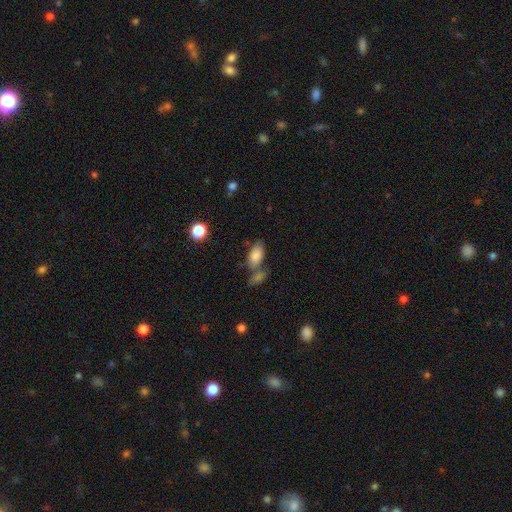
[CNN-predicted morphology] This is clearly a smooth galaxy (83%). How rounded: clearly in between (92%). Merging: possibly none (46%).